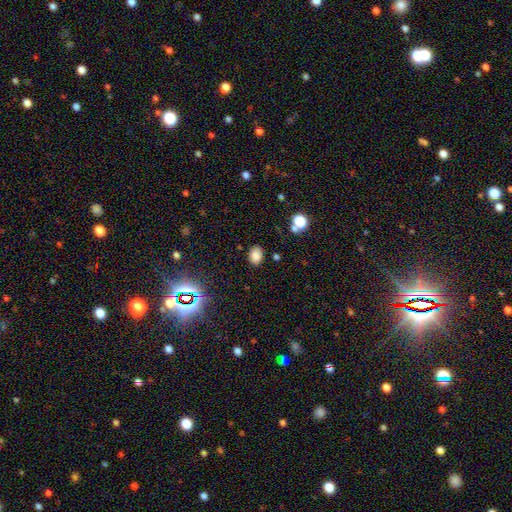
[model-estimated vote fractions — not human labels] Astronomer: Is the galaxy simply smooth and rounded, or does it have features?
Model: smooth — 80%.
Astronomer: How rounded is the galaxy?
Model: in between — 70%.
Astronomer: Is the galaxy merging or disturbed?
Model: none — 84%.